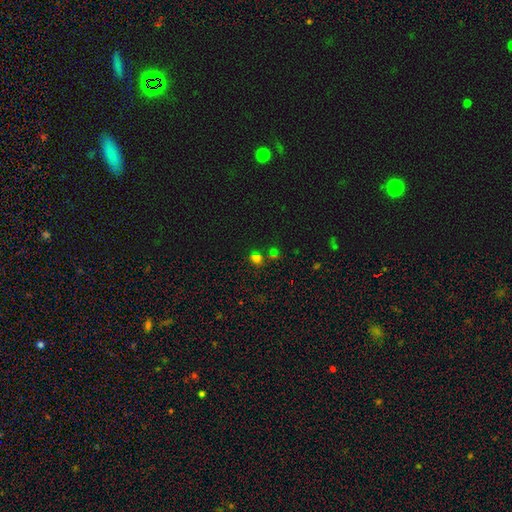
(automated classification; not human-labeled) A smooth galaxy with no disk features (51%) that is round (64%). Merging: none (66%).